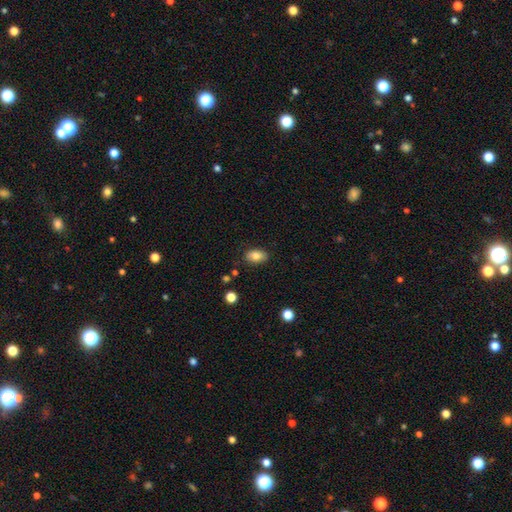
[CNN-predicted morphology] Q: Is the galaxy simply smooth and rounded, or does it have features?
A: smooth — 82%.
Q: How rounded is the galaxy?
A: in between — 89%.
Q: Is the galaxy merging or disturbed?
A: none — 85%.